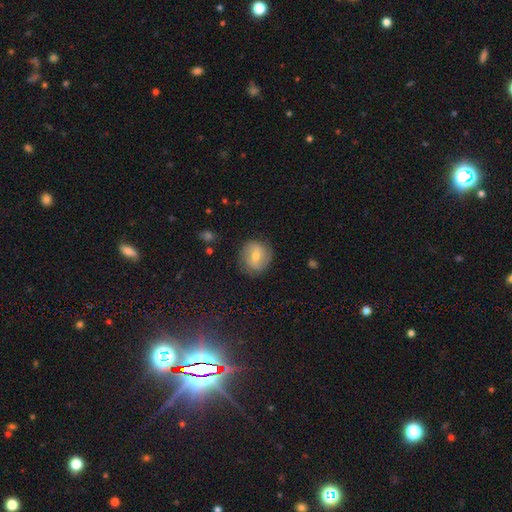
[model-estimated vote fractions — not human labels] Morphology: type=smooth (53%); roundness=round (83%); merging=none (81%).